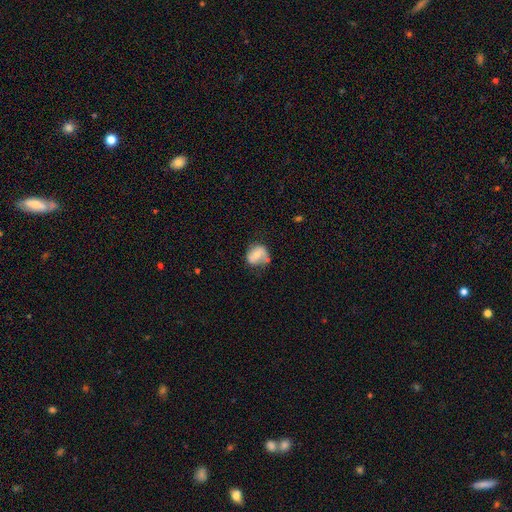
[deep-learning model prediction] Smooth or featured? Predicted: smooth (p=0.54). How rounded? Predicted: round (p=0.64). Merging? Predicted: none (p=0.59).